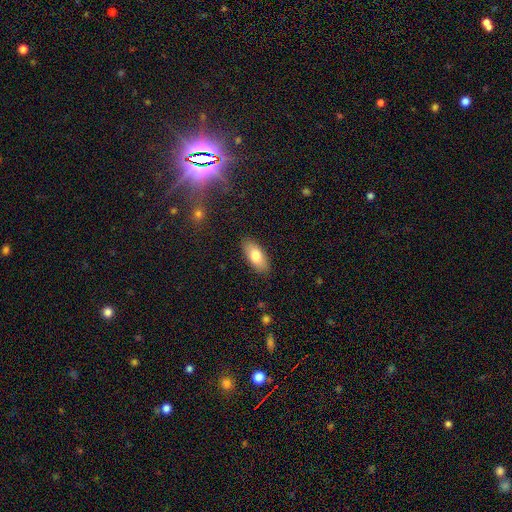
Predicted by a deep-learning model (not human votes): Overall: smooth (79%). How rounded: in between (88%). Merging: none (88%).